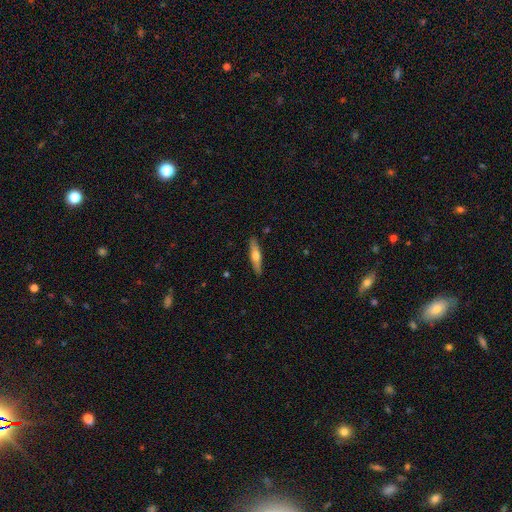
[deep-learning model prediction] This is possibly a smooth galaxy (51%). How rounded: clearly cigar-shaped (82%). Merging: clearly none (89%).